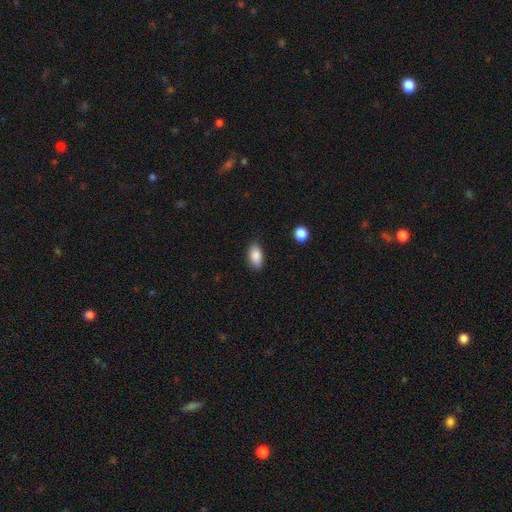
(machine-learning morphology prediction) type=smooth (88%); roundness=in between (92%); merging=none (85%).